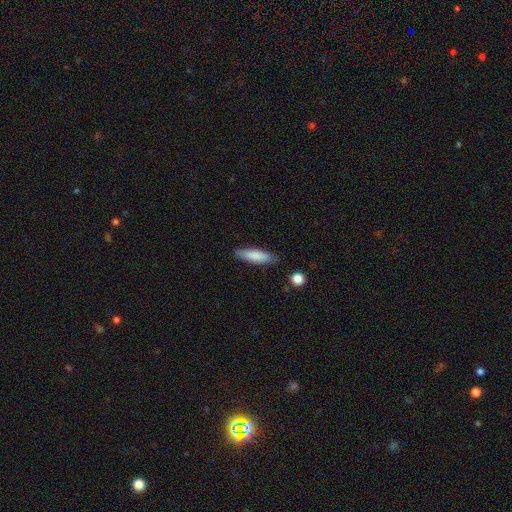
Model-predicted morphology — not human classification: smooth-or-featured: smooth: 82% | featured or disk: 12% | star or artifact: 6%
  how-rounded: cigar-shaped: 63% | in between: 36% | round: 1%
  merging: none: 82% | minor disturbance: 13% | major disturbance: 3% | merger: 2%